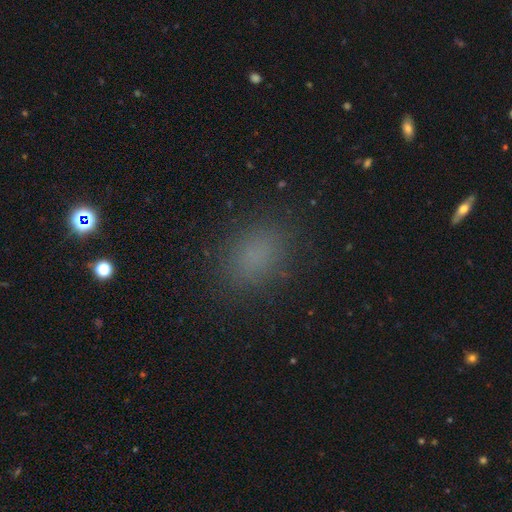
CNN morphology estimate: smooth-or-featured: smooth: 78% | star or artifact: 17% | featured or disk: 5%
  how-rounded: in between: 66% | round: 32% | cigar-shaped: 2%
  merging: none: 86% | minor disturbance: 10% | major disturbance: 4% | merger: 1%